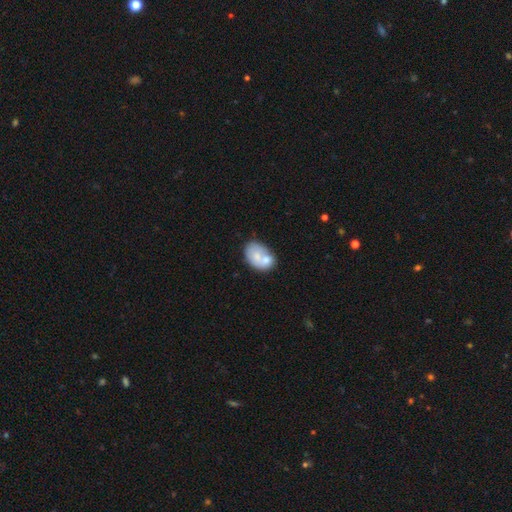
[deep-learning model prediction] Q: Smooth or featured?
A: smooth (67%); runner-up: featured or disk (26%)
Q: How rounded?
A: in between (81%); runner-up: round (18%)
Q: Merging?
A: merger (45%); runner-up: none (31%)